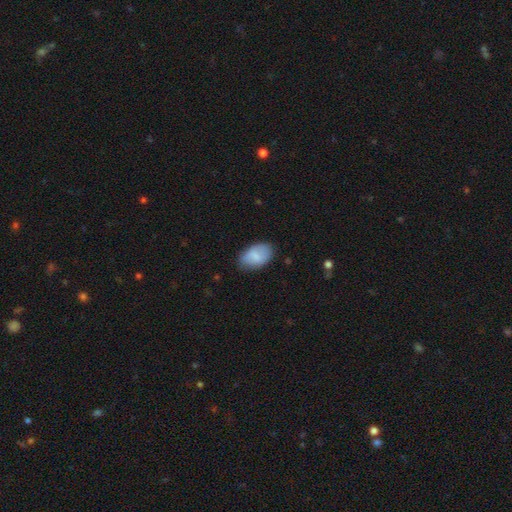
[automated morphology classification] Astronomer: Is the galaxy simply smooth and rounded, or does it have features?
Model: smooth — 77%.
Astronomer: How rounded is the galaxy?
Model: in between — 92%.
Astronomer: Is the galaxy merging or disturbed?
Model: none — 76%.